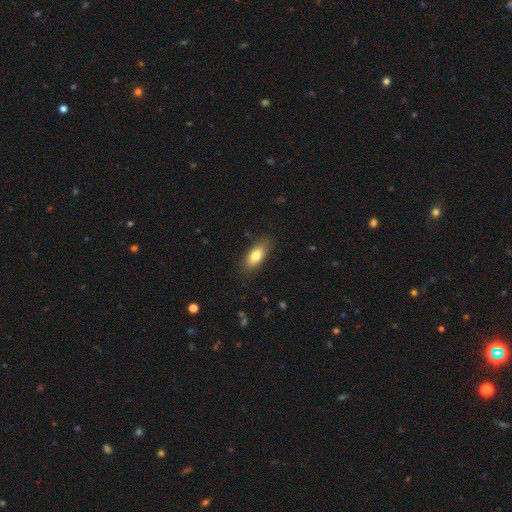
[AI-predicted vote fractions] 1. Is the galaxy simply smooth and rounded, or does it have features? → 79% smooth, 13% featured or disk, 7% star or artifact.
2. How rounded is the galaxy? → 83% in between, 13% cigar-shaped, 4% round.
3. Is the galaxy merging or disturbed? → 85% none, 11% minor disturbance, 3% major disturbance, 1% merger.